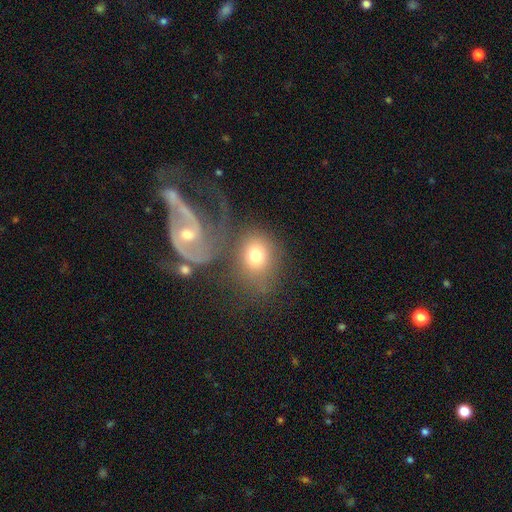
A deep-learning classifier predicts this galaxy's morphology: This appears to be a smooth galaxy with no disk features (64%) that is round (57%). Merging: none (38%).